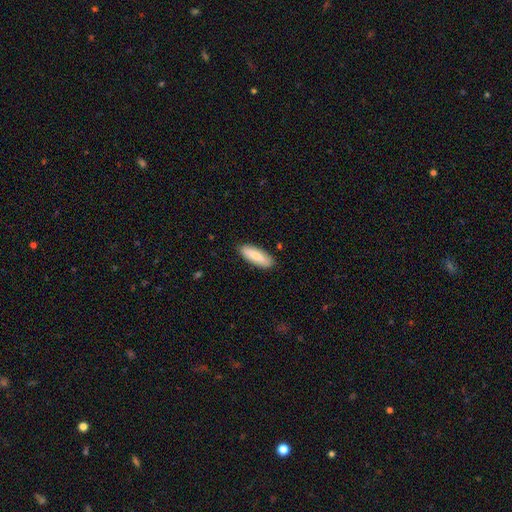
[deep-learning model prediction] Smooth or featured: smooth — 78% (featured or disk — 17%)
How rounded: in between — 62% (cigar-shaped — 36%)
Merging: none — 87% (minor disturbance — 10%)